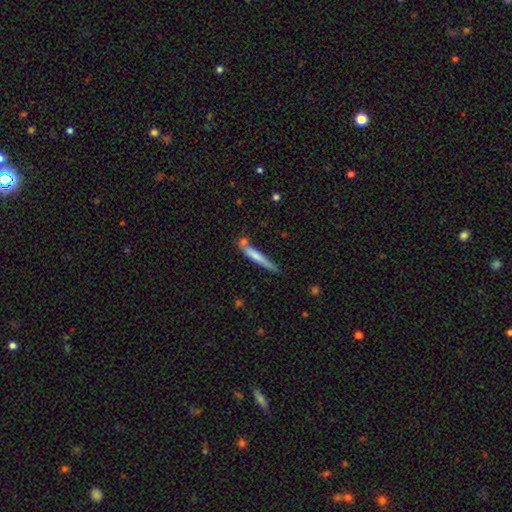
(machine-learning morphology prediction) Smooth or featured? Predicted: smooth (p=0.61). How rounded? Predicted: cigar-shaped (p=0.94). Merging? Predicted: none (p=0.62).